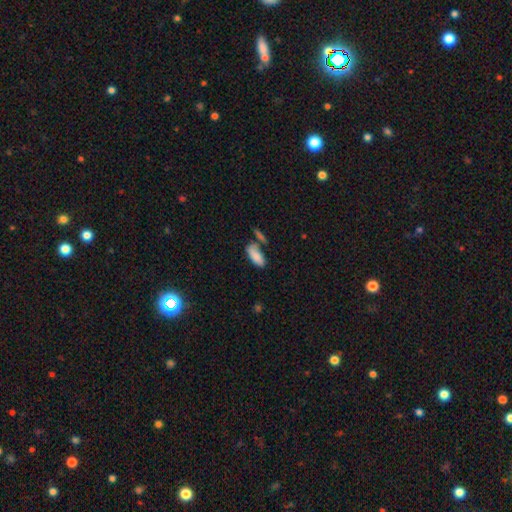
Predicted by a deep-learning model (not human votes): This is clearly a smooth galaxy (83%). How rounded: likely in between (80%). Merging: possibly none (50%).